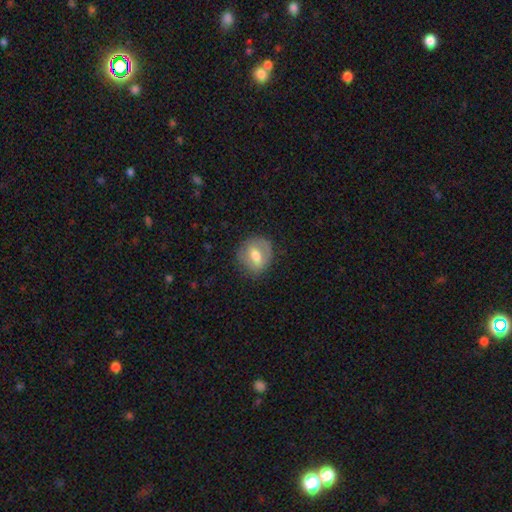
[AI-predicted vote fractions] A smooth galaxy with no disk features (55%) that is round (69%).

Vote fractions:
- Smooth or featured? smooth: 55% / featured or disk: 38% / star or artifact: 8%
- How rounded? round: 69% / in between: 29% / cigar-shaped: 2%
- Merging? none: 78% / minor disturbance: 15% / major disturbance: 5% / merger: 1%